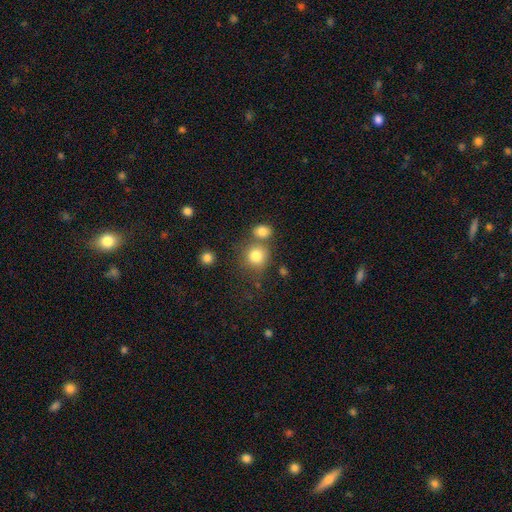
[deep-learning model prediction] smooth 81%, star or artifact 11%, featured or disk 8%. Down the decision tree: how rounded — round (86%); merging — none (60%).